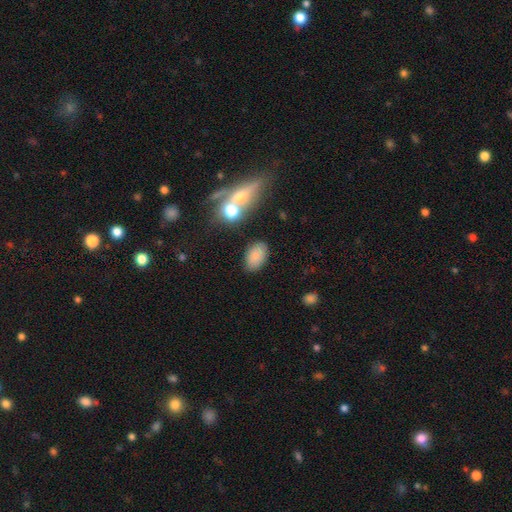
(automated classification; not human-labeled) Overall: smooth (79%). How rounded: in between (91%). Merging: none (79%).